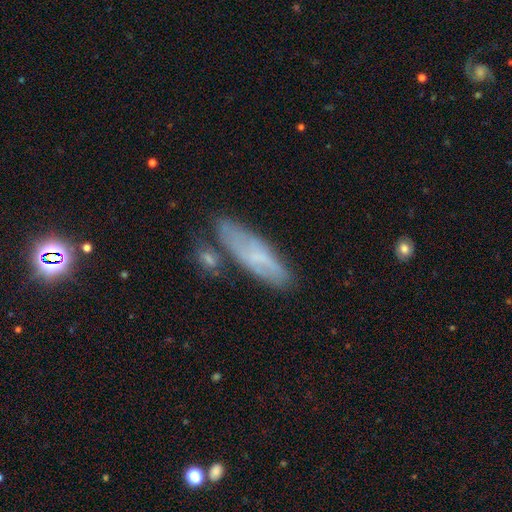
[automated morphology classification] Smooth or featured?
  - smooth: 49% *
  - featured or disk: 42%
  - star or artifact: 9%
Merging?
  - none: 61% *
  - minor disturbance: 21%
  - merger: 11%
  - major disturbance: 7%